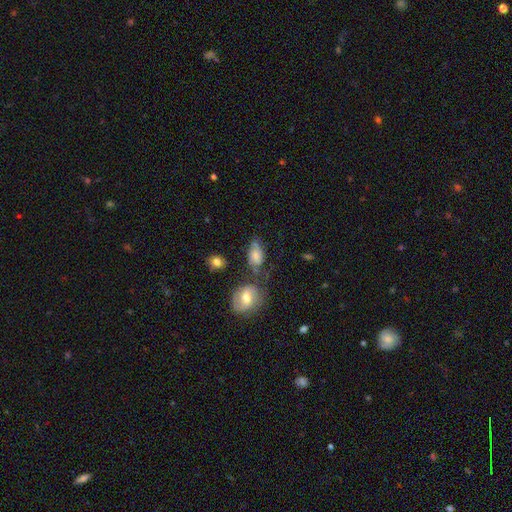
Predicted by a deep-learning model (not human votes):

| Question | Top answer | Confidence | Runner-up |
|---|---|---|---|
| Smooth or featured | smooth | 58% | featured or disk (31%) |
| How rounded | in between | 85% | round (12%) |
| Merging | none | 46% | minor disturbance (28%) |